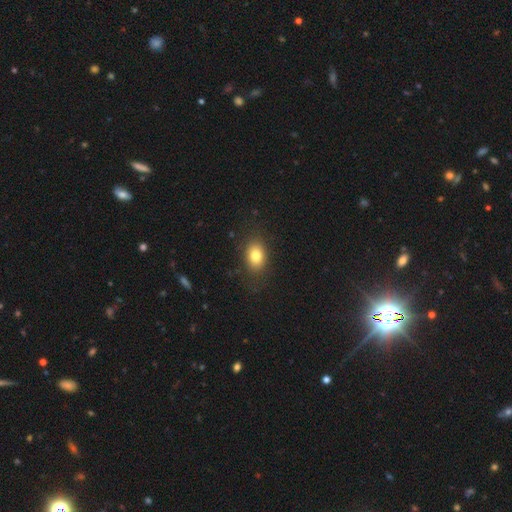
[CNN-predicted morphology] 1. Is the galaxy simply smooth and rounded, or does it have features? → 81% smooth, 10% featured or disk, 10% star or artifact.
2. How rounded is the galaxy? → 73% in between, 25% round, 1% cigar-shaped.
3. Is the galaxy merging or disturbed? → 84% none, 11% minor disturbance, 4% major disturbance, 1% merger.